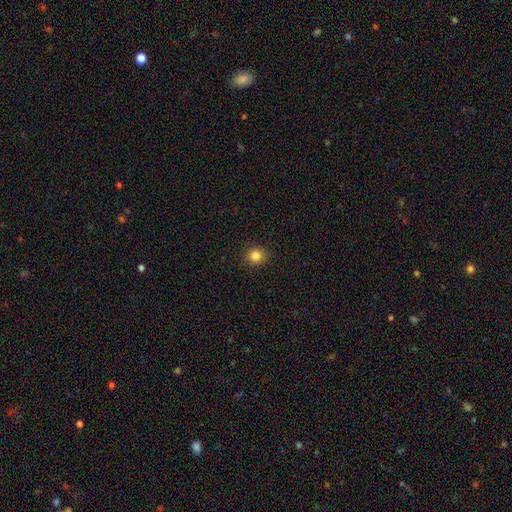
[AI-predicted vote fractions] smooth_or_featured: smooth (p=0.83) [alt: star or artifact p=0.12]
how_rounded: round (p=0.91) [alt: in between p=0.08]
merging: none (p=0.92) [alt: minor disturbance p=0.05]